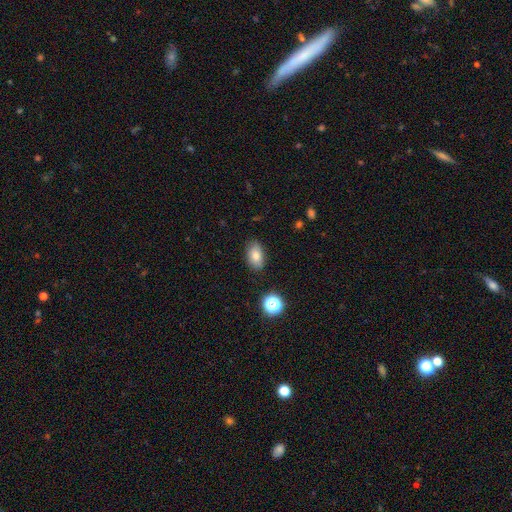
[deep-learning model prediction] Overall: smooth (81%). How rounded: in between (89%). Merging: none (84%).